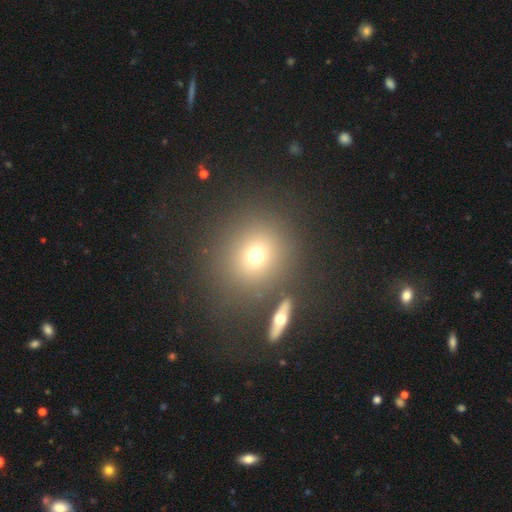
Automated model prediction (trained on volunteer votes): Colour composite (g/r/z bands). It shows a smooth galaxy with no disk features (68%) that is round (86%). Merging: none (80%).